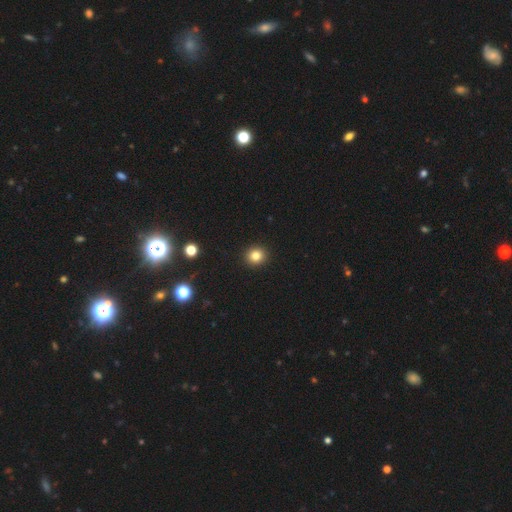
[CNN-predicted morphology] Q: Smooth or featured?
A: smooth (82%); runner-up: star or artifact (12%)
Q: How rounded?
A: round (89%); runner-up: in between (10%)
Q: Merging?
A: none (93%); runner-up: minor disturbance (4%)